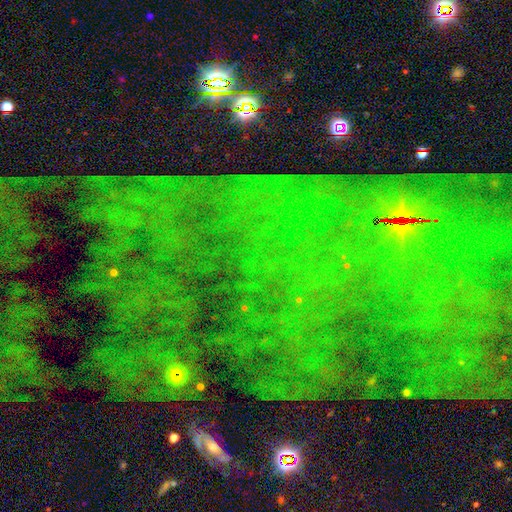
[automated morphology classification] Smooth or featured: star or artifact — 79% (featured or disk — 11%)